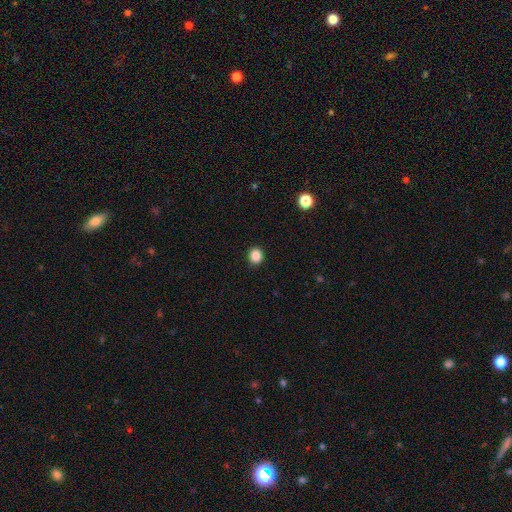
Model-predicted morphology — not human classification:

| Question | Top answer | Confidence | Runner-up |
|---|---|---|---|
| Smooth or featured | smooth | 87% | star or artifact (10%) |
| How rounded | round | 72% | in between (27%) |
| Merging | none | 92% | minor disturbance (5%) |